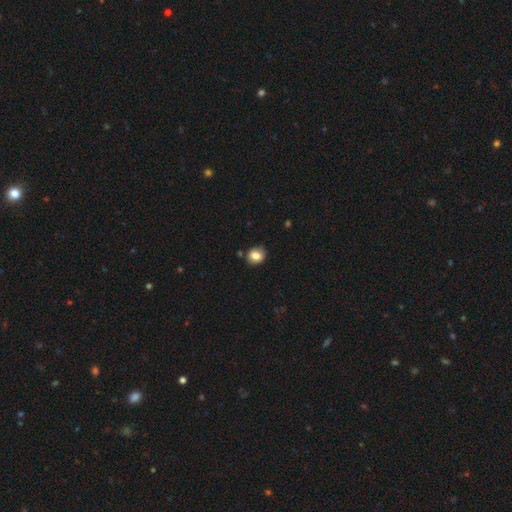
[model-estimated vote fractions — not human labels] Morphology: type=smooth (82%); roundness=round (70%); merging=none (79%).